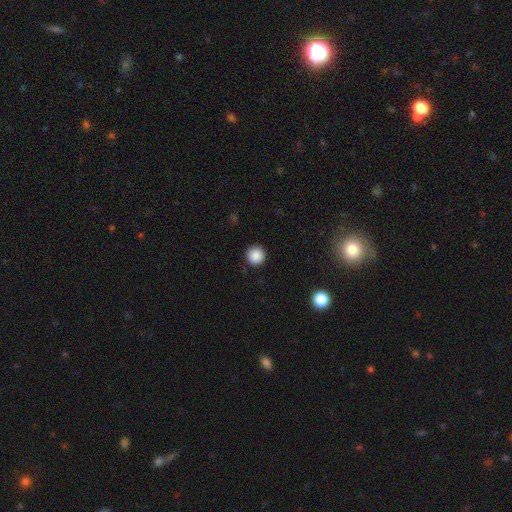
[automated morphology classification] Smooth or featured? Predicted: smooth (p=0.88). How rounded? Predicted: round (p=0.96). Merging? Predicted: none (p=0.92).